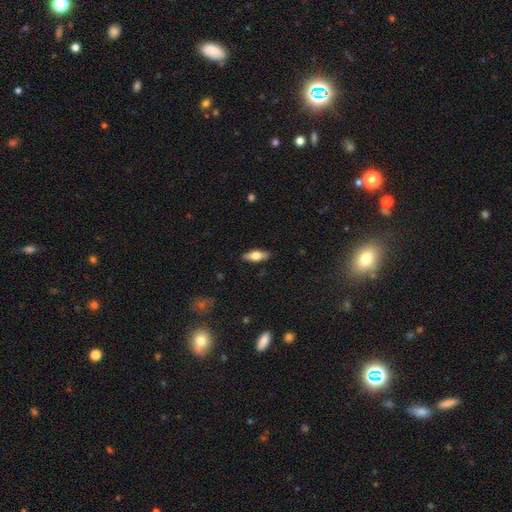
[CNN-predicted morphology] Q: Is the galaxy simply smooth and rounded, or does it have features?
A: smooth — 58%.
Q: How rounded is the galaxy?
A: in between — 67%.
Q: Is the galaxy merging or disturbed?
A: none — 88%.